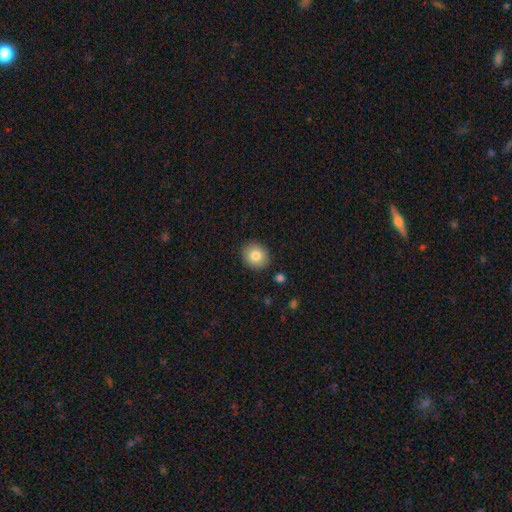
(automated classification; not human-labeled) Morphology: type=smooth (82%); roundness=round (75%); merging=none (89%).